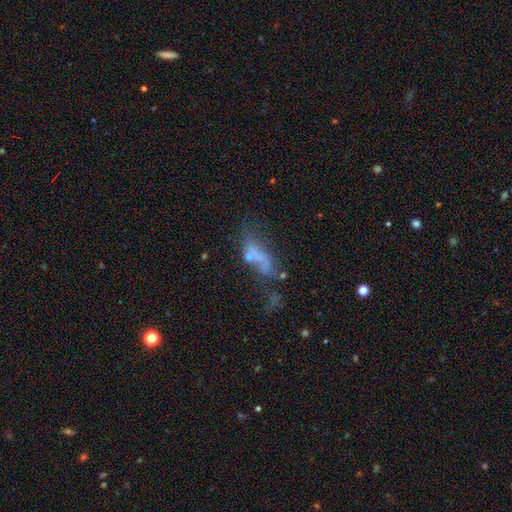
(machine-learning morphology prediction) type=featured or disk (46%); merging=major disturbance (31%).